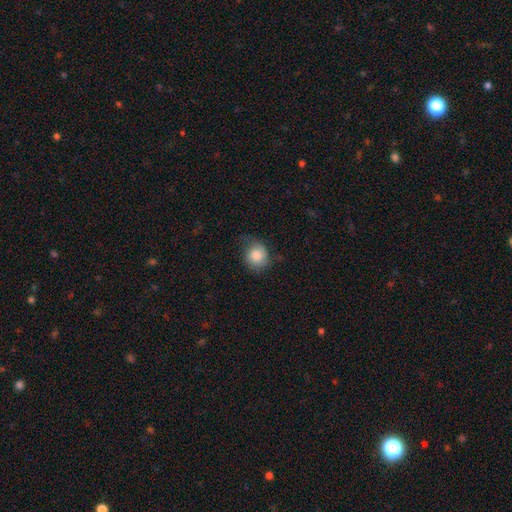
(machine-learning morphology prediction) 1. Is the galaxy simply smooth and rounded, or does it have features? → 80% smooth, 12% featured or disk, 8% star or artifact.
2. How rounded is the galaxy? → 76% round, 24% in between, 1% cigar-shaped.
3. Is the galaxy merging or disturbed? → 56% none, 31% minor disturbance, 12% major disturbance, 1% merger.